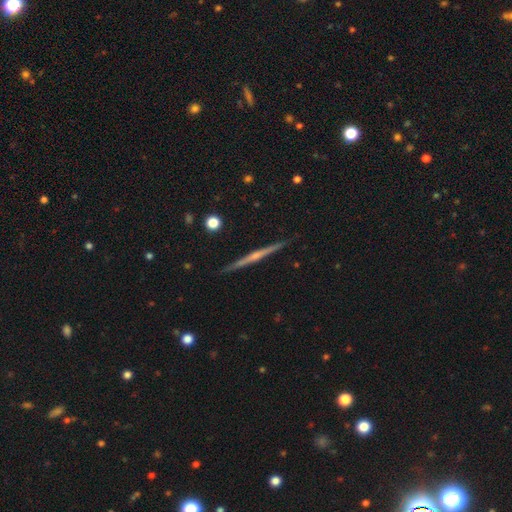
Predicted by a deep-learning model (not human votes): Smooth or featured: featured or disk — 75% (smooth — 19%)
Edge-on disk: yes — 98% (no — 2%)
Edge-on bulge: rounded — 56% (none — 37%)
Merging: none — 92% (minor disturbance — 6%)